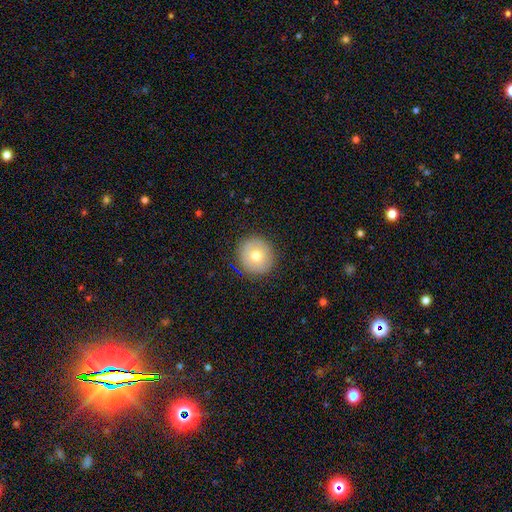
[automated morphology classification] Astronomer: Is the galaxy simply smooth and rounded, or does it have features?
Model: smooth — 72%.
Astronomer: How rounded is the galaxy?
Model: round — 92%.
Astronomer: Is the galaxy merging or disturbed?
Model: none — 90%.